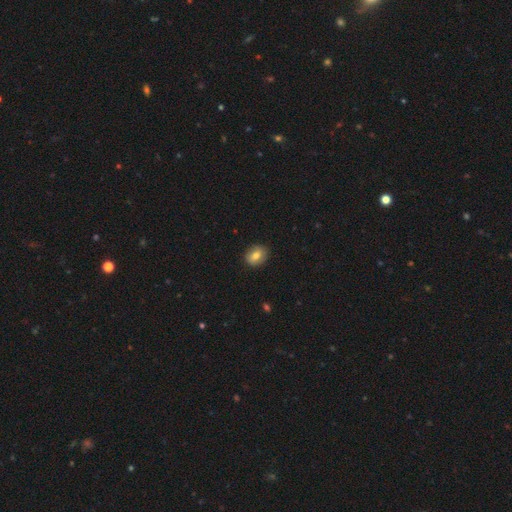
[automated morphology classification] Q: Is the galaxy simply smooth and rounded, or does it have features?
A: smooth — 76%.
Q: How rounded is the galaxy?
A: round — 51%.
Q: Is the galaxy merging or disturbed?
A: none — 88%.